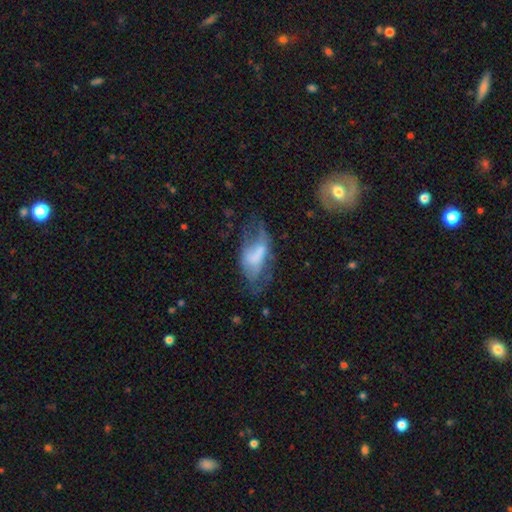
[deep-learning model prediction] Overall: smooth (46%; featured or disk 45%). Merging: major disturbance (36%; none 32%).